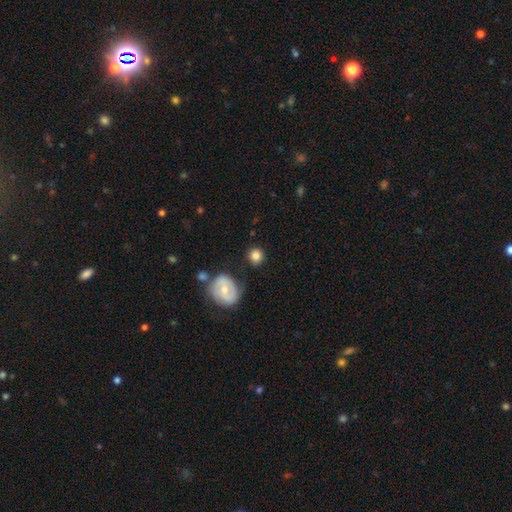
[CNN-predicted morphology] A smooth galaxy with no disk features (81%) that is round (90%). Merging: none (82%).